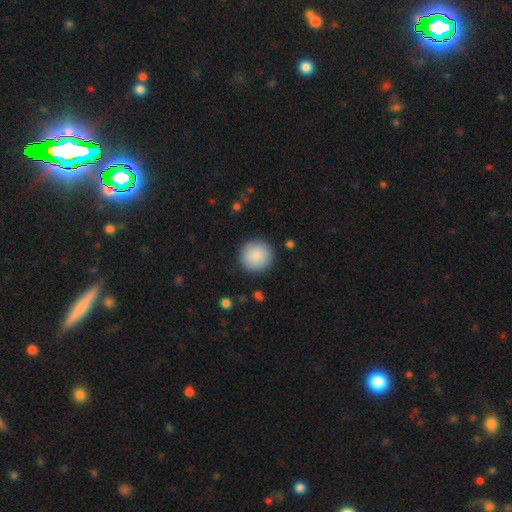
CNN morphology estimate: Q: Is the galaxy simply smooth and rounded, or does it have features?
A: smooth — 89%.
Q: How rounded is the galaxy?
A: round — 95%.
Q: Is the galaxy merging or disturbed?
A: none — 91%.